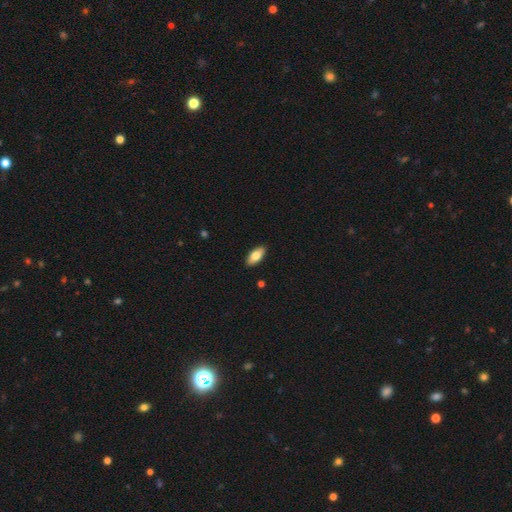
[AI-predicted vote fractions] Smooth or featured: smooth — 78% (featured or disk — 16%)
How rounded: in between — 87% (cigar-shaped — 11%)
Merging: none — 90% (minor disturbance — 7%)